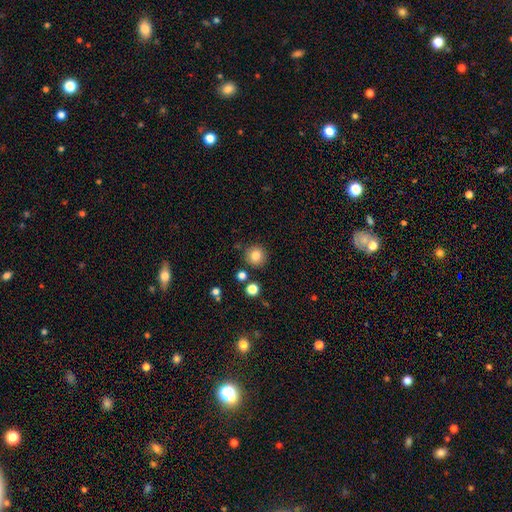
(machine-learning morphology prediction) The model was most divided on "smooth or featured": smooth: 82%, star or artifact: 11%, featured or disk: 7%. More confident: how rounded — round (94%); merging — none (86%).